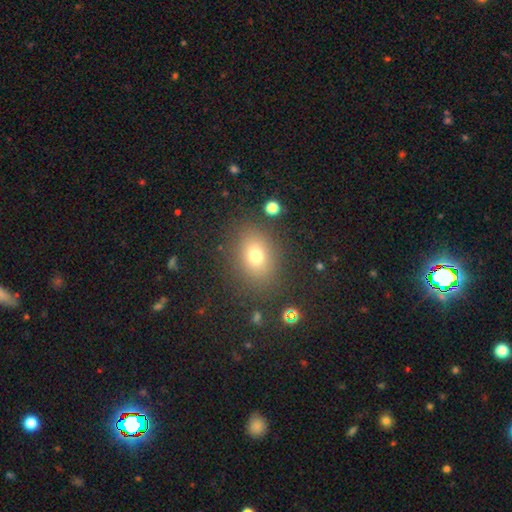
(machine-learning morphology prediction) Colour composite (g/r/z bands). It shows a smooth galaxy with no disk features (74%) that is in between round and cigar-shaped (61%). Merging: none (83%).